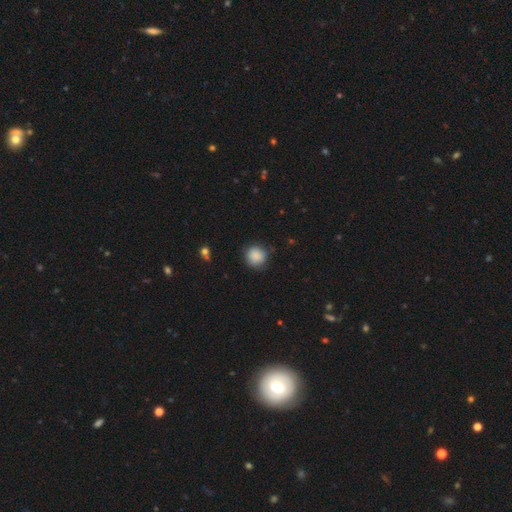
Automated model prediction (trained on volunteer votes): Smooth or featured? Predicted: smooth (p=0.88). How rounded? Predicted: round (p=0.87). Merging? Predicted: none (p=0.80).